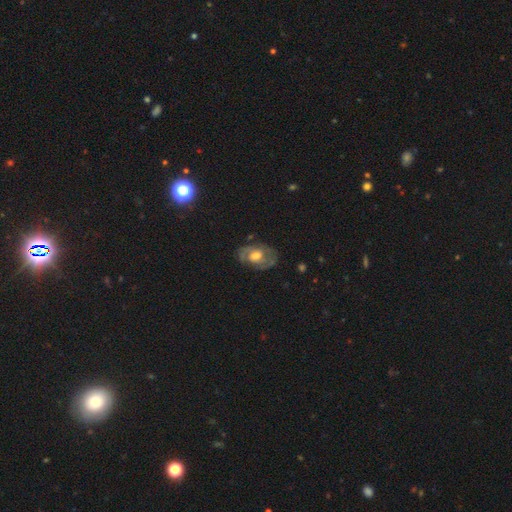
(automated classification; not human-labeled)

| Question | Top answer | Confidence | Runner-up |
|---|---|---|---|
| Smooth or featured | featured or disk | 65% | smooth (28%) |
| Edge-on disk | no | 95% | yes (5%) |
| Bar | no | 64% | weak (30%) |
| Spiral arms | yes | 64% | no (36%) |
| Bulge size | moderate | 56% | large (32%) |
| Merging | none | 71% | minor disturbance (19%) |